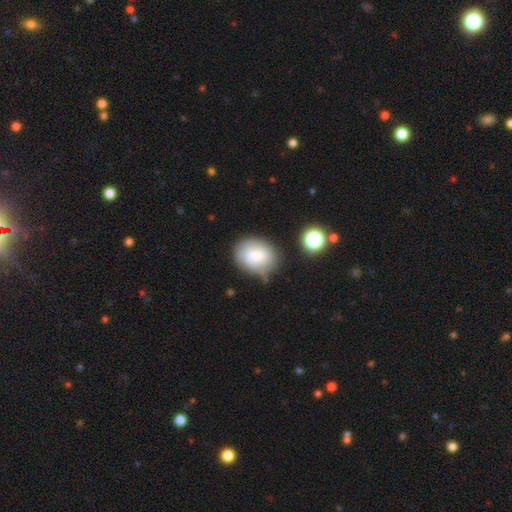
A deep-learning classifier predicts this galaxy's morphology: Overall: smooth (65%; featured or disk 25%). How rounded: round (51%; in between 48%). Merging: none (59%; minor disturbance 25%).